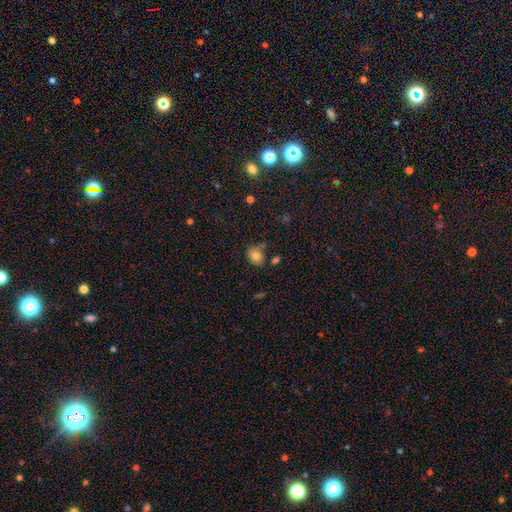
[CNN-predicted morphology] The model was most divided on "how rounded": in between: 52%, round: 47%, cigar-shaped: 1%. More confident: smooth or featured — smooth (77%); merging — none (69%).